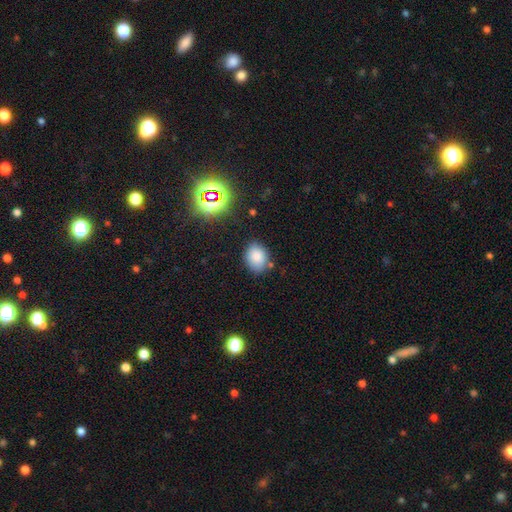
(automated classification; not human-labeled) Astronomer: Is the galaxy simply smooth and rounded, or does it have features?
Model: smooth — 80%.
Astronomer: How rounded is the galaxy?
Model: in between — 59% (runner-up: round, 40%).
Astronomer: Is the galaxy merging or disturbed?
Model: none — 77%.